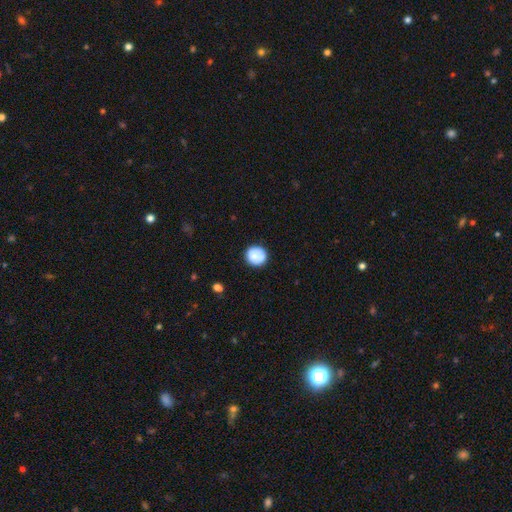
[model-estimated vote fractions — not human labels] Smooth or featured: smooth — 80% (featured or disk — 12%)
How rounded: round — 92% (in between — 7%)
Merging: none — 81% (minor disturbance — 13%)